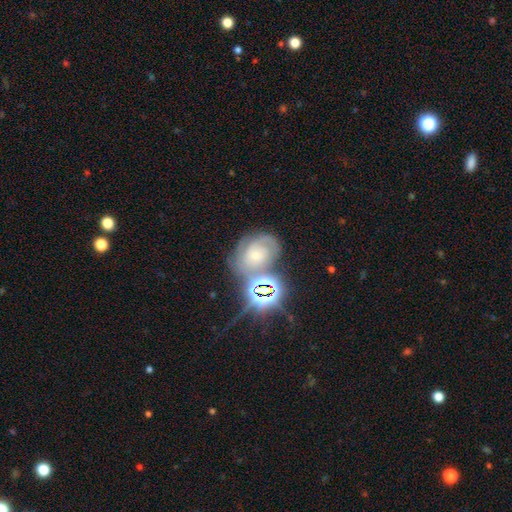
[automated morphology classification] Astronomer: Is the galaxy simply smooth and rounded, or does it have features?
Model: featured or disk — 54%.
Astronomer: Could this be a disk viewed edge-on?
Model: no — 96%.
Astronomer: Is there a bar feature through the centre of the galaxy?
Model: no — 73%.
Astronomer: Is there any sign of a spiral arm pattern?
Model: yes — 85%.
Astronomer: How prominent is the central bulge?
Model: small — 60%.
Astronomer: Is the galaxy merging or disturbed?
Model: none — 54%.